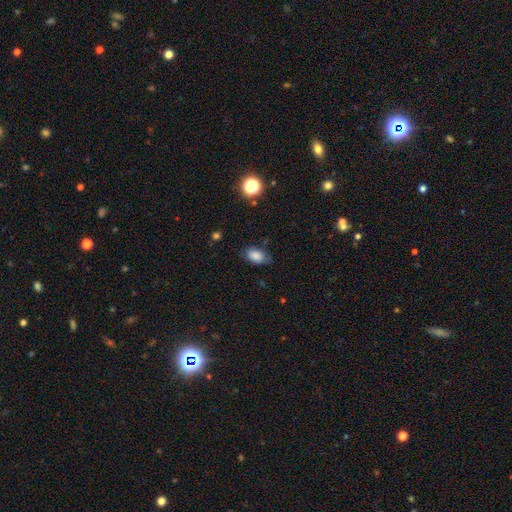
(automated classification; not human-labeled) This appears to be a smooth galaxy with no disk features (82%) that is in between round and cigar-shaped (90%). Merging: none (71%).